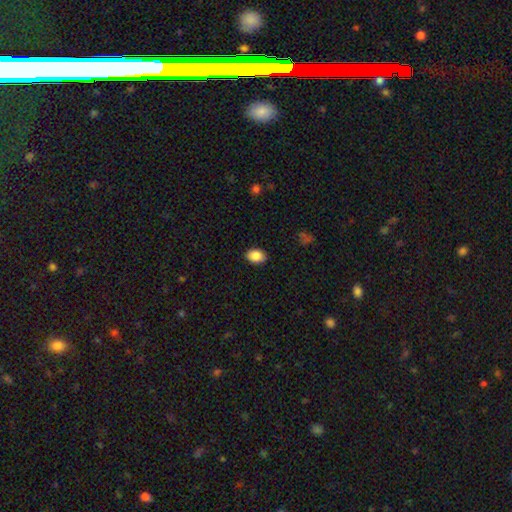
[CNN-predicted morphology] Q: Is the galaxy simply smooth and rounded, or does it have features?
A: smooth — 87%.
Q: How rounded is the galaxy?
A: in between — 79%.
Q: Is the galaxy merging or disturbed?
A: none — 89%.